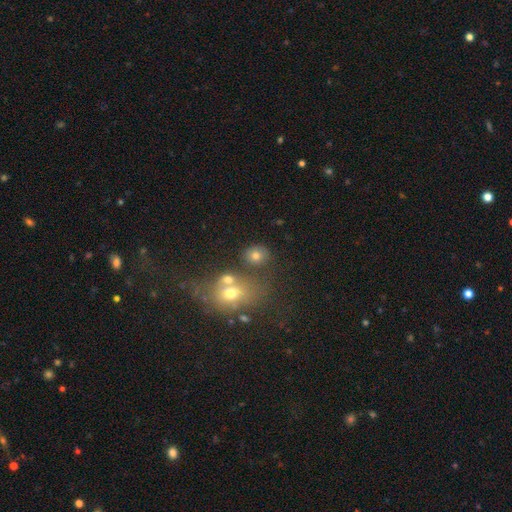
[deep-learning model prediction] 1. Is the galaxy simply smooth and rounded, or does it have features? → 72% smooth, 16% star or artifact, 13% featured or disk.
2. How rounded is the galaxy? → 65% round, 33% in between, 1% cigar-shaped.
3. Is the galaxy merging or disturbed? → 64% none, 18% merger, 12% minor disturbance, 6% major disturbance.